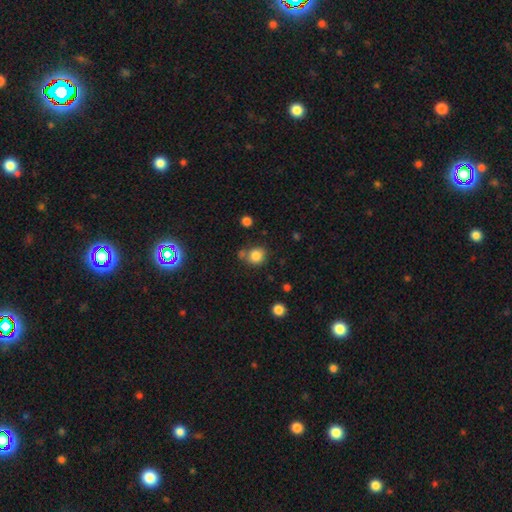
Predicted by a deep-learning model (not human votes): smooth-or-featured: smooth: 83% | star or artifact: 12% | featured or disk: 6%
  how-rounded: round: 86% | in between: 13% | cigar-shaped: 1%
  merging: none: 68% | merger: 16% | minor disturbance: 12% | major disturbance: 4%